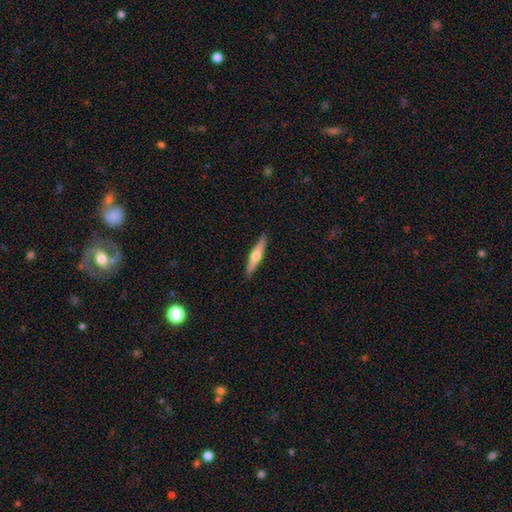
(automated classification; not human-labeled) Q: Smooth or featured?
A: featured or disk (61%); runner-up: smooth (34%)
Q: Edge-on disk?
A: yes (97%); runner-up: no (3%)
Q: Edge-on bulge?
A: rounded (94%); runner-up: none (3%)
Q: Merging?
A: none (91%); runner-up: minor disturbance (6%)